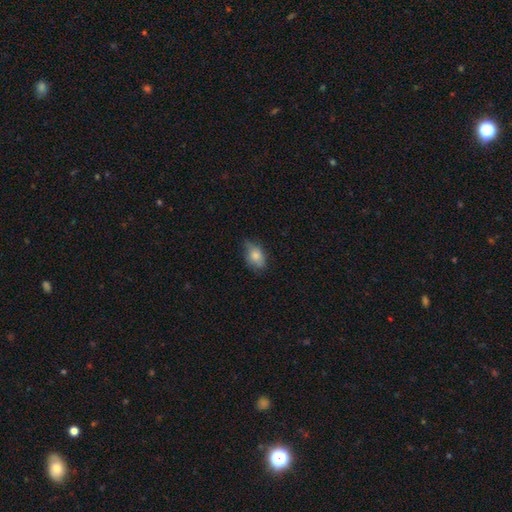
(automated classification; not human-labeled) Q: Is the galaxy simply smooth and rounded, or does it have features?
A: smooth — 78%.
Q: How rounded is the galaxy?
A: in between — 84%.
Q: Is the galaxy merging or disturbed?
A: none — 58%.